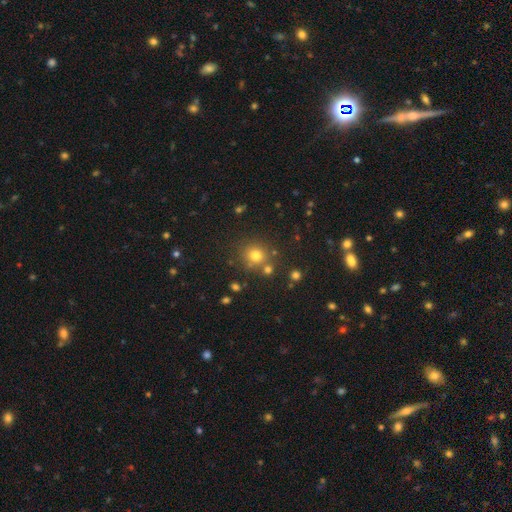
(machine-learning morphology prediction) This is likely a smooth galaxy (74%). How rounded: clearly round (90%). Merging: likely none (75%).